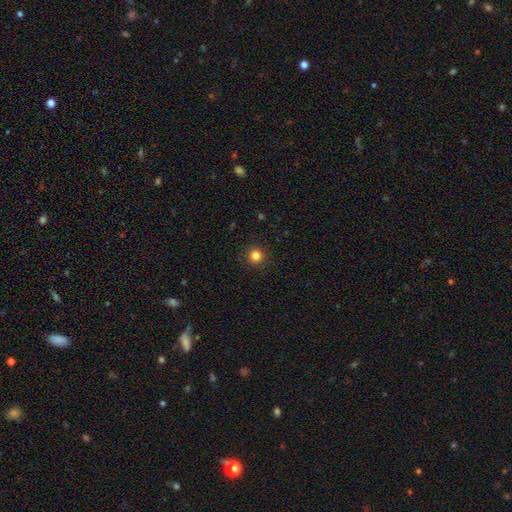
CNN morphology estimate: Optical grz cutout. It shows a smooth galaxy with no disk features (82%) that is round (95%). Merging: none (92%).